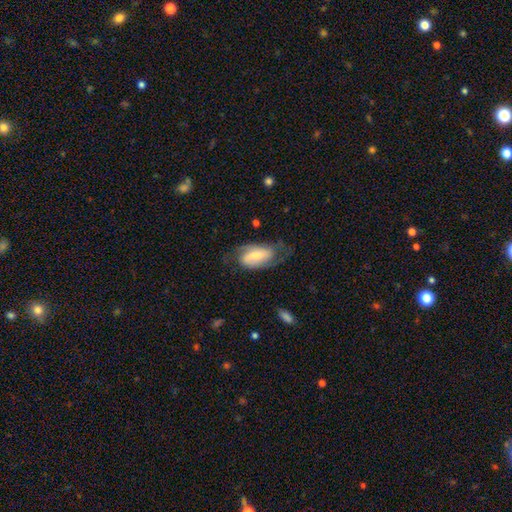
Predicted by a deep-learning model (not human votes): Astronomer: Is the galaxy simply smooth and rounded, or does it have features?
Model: featured or disk — 66%.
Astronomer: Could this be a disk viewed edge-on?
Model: no — 95%.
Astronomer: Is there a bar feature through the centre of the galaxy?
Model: weak — 44% (runner-up: no, 30%).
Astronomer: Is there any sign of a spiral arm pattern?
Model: yes — 90%.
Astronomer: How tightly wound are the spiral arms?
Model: medium — 46% (runner-up: tight, 28%).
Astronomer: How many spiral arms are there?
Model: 2 — 79%.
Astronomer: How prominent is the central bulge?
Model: moderate — 45% (runner-up: small, 38%).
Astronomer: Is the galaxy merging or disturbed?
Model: none — 55%.